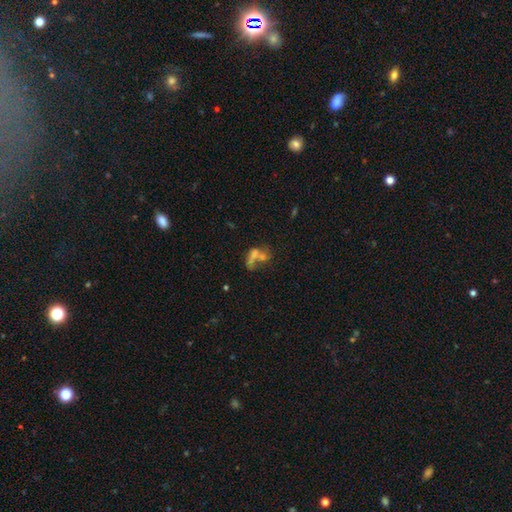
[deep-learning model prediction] A smooth galaxy with no disk features (49%).

Vote fractions:
- Smooth or featured? smooth: 49% / featured or disk: 36% / star or artifact: 15%
- Merging? merger: 55% / major disturbance: 18% / none: 18% / minor disturbance: 9%